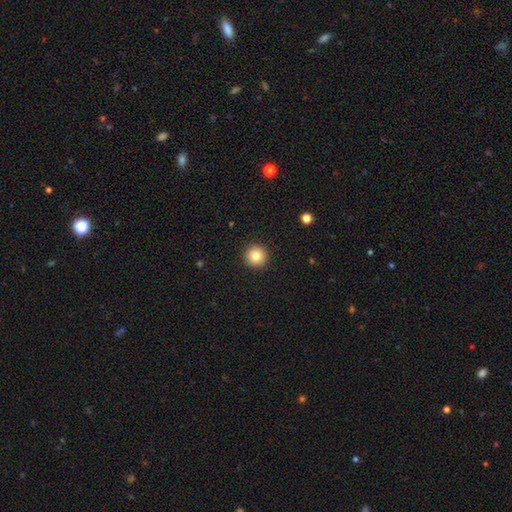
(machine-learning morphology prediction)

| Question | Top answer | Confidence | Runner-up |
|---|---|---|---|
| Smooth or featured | smooth | 82% | star or artifact (10%) |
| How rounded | round | 96% | in between (3%) |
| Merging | none | 93% | minor disturbance (5%) |